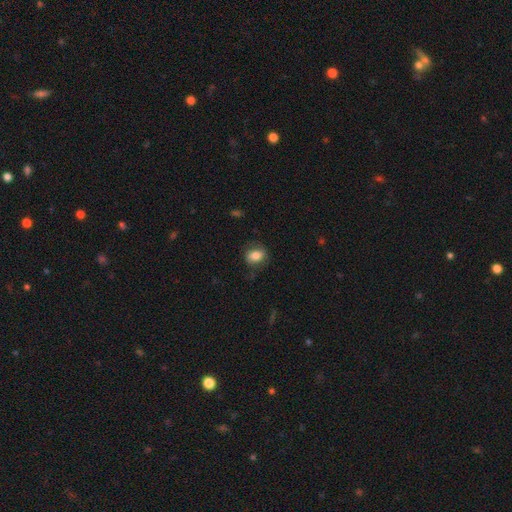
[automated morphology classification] Smooth or featured: smooth — 75% (featured or disk — 17%)
How rounded: in between — 64% (round — 34%)
Merging: none — 70% (minor disturbance — 20%)